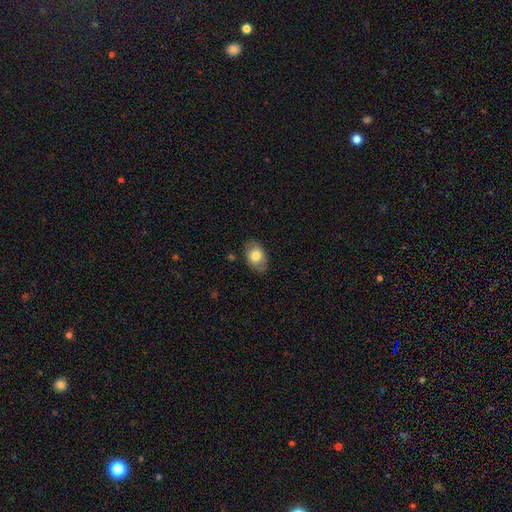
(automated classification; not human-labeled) This appears to be a smooth galaxy with no disk features (74%) that is in between round and cigar-shaped (85%). Merging: none (82%).